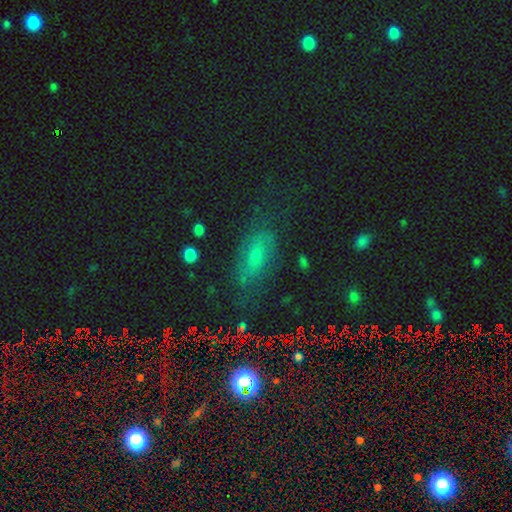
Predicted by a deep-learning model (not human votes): This appears to be a smooth galaxy with no disk features (44%). Merging: none (71%).